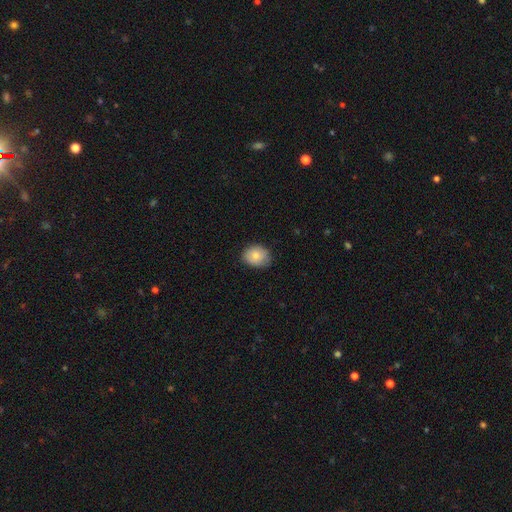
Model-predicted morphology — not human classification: This is clearly a smooth galaxy (82%). How rounded: possibly in between (52%). Merging: likely none (78%).